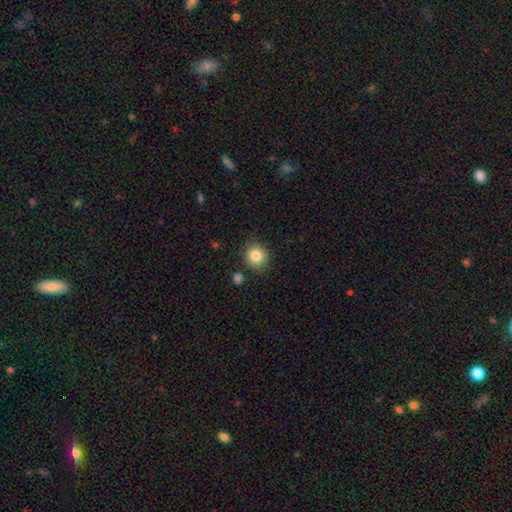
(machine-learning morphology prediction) type=smooth (84%); roundness=round (85%); merging=none (84%).